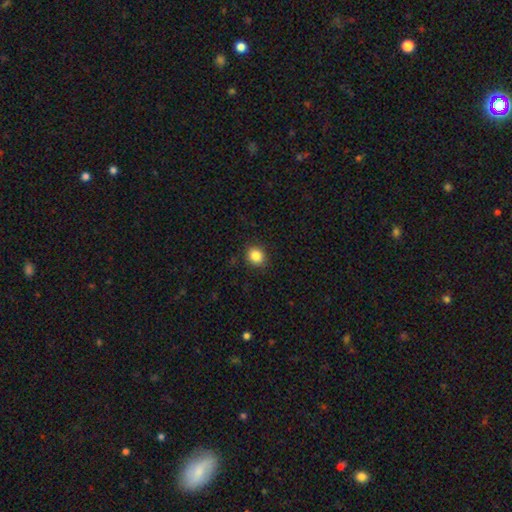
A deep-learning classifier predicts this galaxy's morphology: smooth-or-featured: smooth: 86% | star or artifact: 10% | featured or disk: 4%
  how-rounded: round: 76% | in between: 23% | cigar-shaped: 1%
  merging: none: 89% | minor disturbance: 8% | major disturbance: 2% | merger: 1%